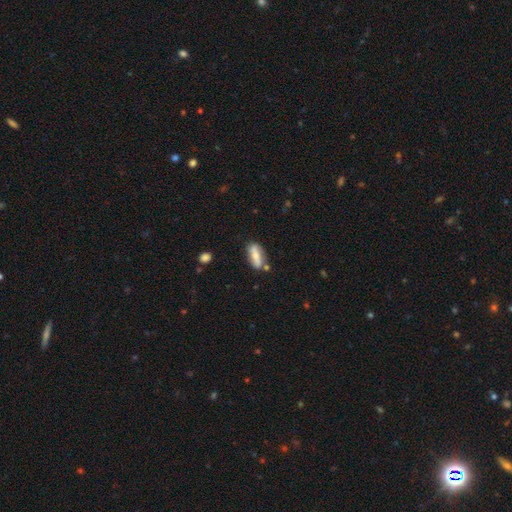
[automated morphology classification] Smooth or featured? smooth (59%)
How rounded? in between (59%)
Merging? none (75%)